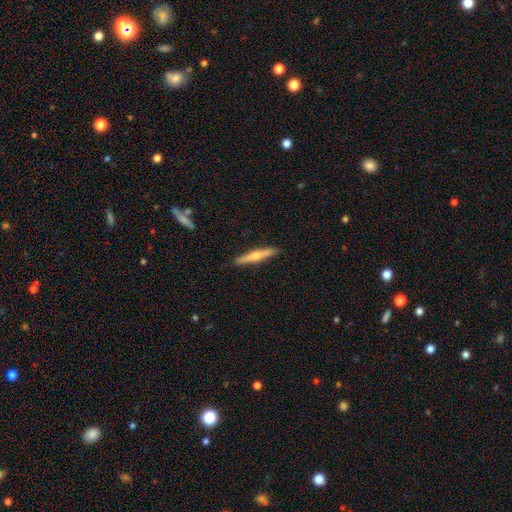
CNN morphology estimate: type=featured or disk (60%); edge-on=yes (96%); edge-on bulge=rounded (85%); merging=none (90%).